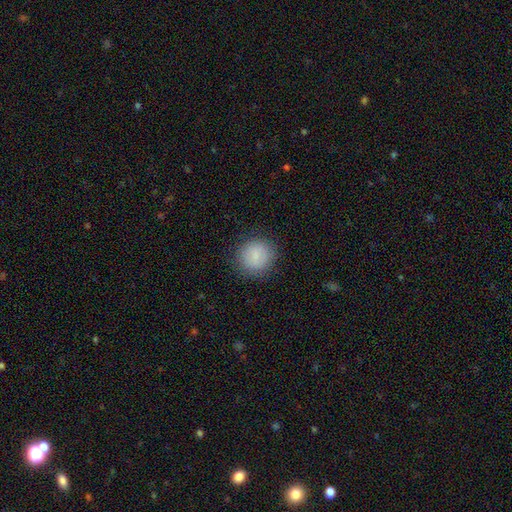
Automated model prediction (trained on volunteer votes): Smooth or featured?
  - smooth: 84% *
  - featured or disk: 8%
  - star or artifact: 8%
How rounded?
  - round: 91% *
  - in between: 8%
  - cigar-shaped: 1%
Merging?
  - none: 87% *
  - minor disturbance: 9%
  - major disturbance: 3%
  - merger: 1%